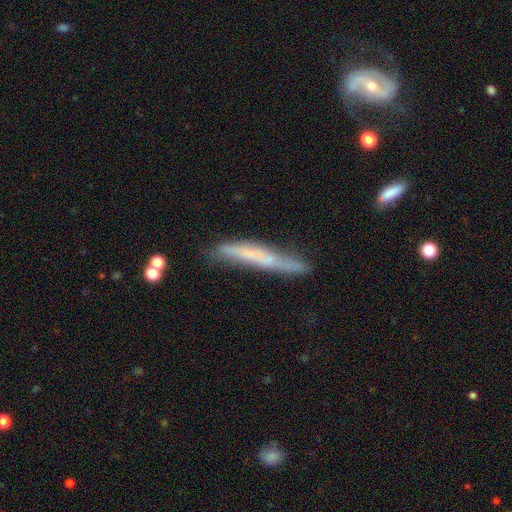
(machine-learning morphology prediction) Smooth or featured? smooth (46%, tied with featured or disk)
Merging? none (66%)